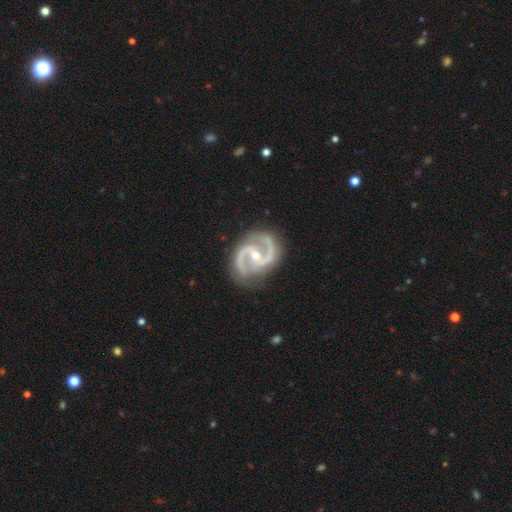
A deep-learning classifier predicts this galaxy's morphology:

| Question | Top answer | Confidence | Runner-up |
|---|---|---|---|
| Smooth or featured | featured or disk | 94% | star or artifact (4%) |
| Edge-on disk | no | 98% | yes (2%) |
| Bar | weak | 36% | no (34%) |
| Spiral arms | yes | 98% | no (2%) |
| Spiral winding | medium | 64% | tight (21%) |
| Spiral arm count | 2 | 94% | 3 (1%) |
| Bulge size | moderate | 49% | small (48%) |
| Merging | none | 82% | minor disturbance (13%) |